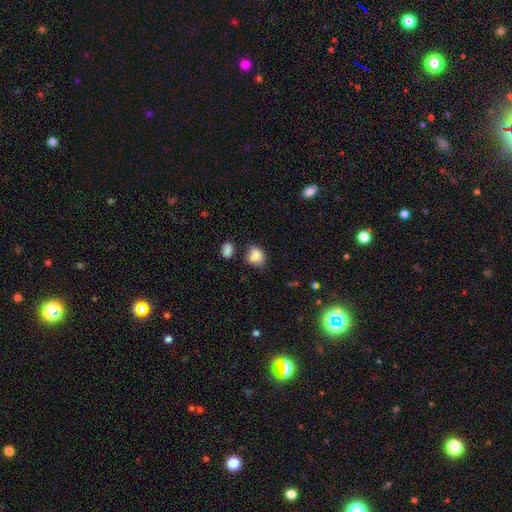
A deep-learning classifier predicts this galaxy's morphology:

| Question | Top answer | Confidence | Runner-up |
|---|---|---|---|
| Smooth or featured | smooth | 83% | star or artifact (10%) |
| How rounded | in between | 57% | round (42%) |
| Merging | none | 50% | minor disturbance (29%) |